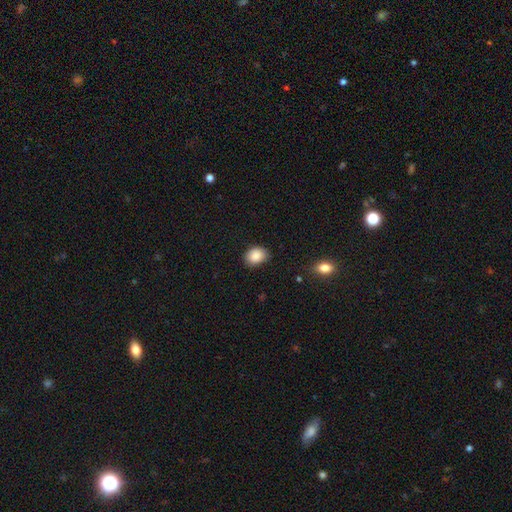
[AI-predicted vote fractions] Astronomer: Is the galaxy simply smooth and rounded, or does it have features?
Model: smooth — 88%.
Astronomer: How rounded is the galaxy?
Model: in between — 62%.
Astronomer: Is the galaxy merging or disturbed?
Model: none — 79%.